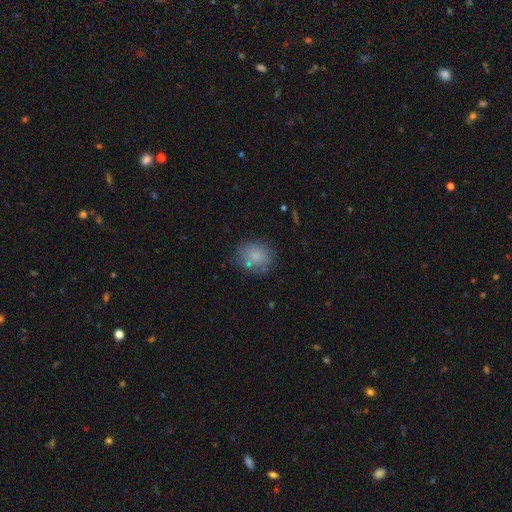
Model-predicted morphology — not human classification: smooth 78%, featured or disk 13%, star or artifact 10%. Down the decision tree: how rounded — round (54%); merging — none (68%).